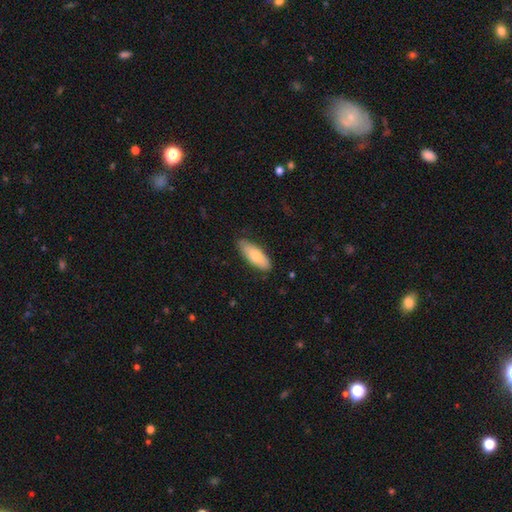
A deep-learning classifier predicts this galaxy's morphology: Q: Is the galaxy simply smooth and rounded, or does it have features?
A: smooth — 76%.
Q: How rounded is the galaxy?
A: in between — 72%.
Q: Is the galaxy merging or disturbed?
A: none — 81%.